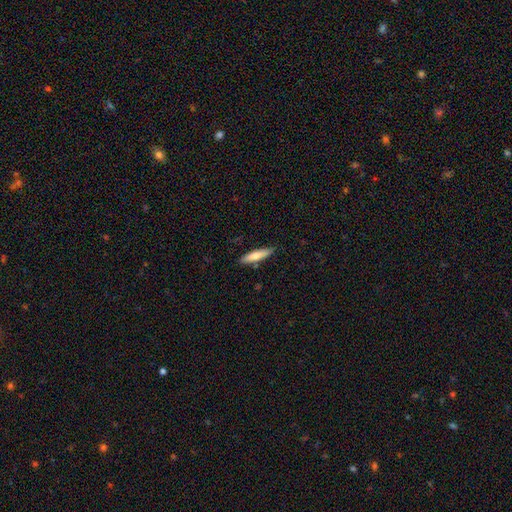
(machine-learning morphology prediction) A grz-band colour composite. It shows a smooth galaxy with no disk features (72%) that is cigar-shaped (80%). Merging: none (83%).